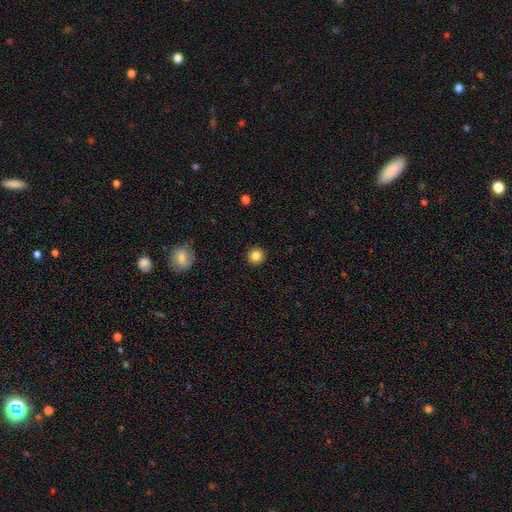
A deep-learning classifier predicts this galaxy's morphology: Smooth or featured? Predicted: smooth (p=0.84). How rounded? Predicted: round (p=0.94). Merging? Predicted: none (p=0.92).